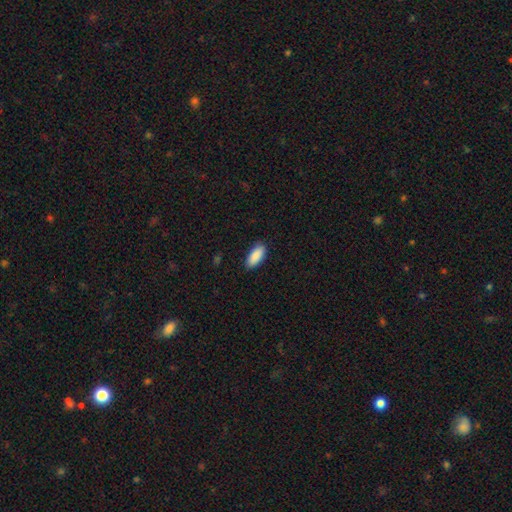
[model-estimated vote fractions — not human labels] Smooth or featured? Predicted: smooth (p=0.90). How rounded? Predicted: in between (p=0.87). Merging? Predicted: none (p=0.87).